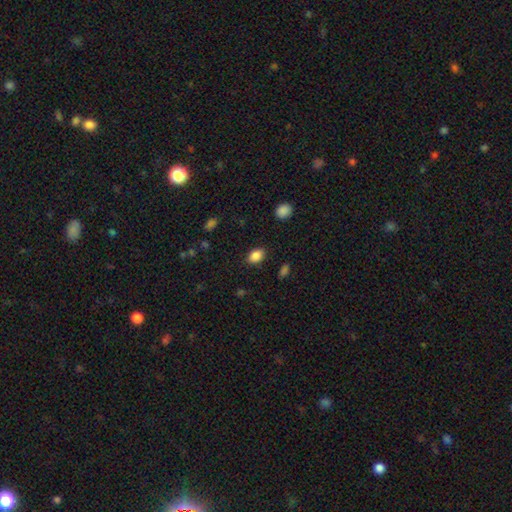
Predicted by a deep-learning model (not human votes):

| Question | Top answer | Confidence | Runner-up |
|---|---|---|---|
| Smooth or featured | smooth | 87% | star or artifact (9%) |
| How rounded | in between | 78% | round (20%) |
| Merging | none | 86% | minor disturbance (10%) |